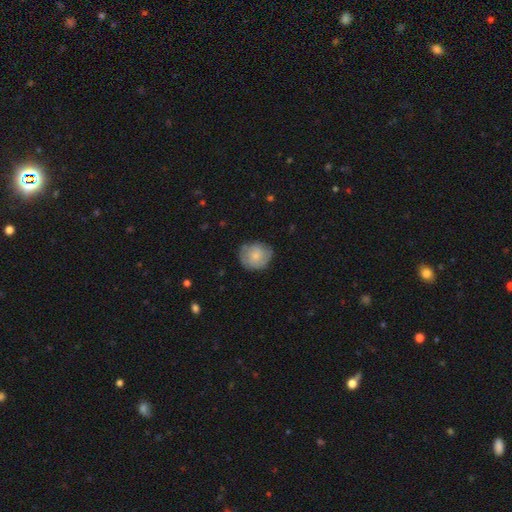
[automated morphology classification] Smooth or featured? Predicted: smooth (p=0.69). How rounded? Predicted: round (p=0.83). Merging? Predicted: none (p=0.75).